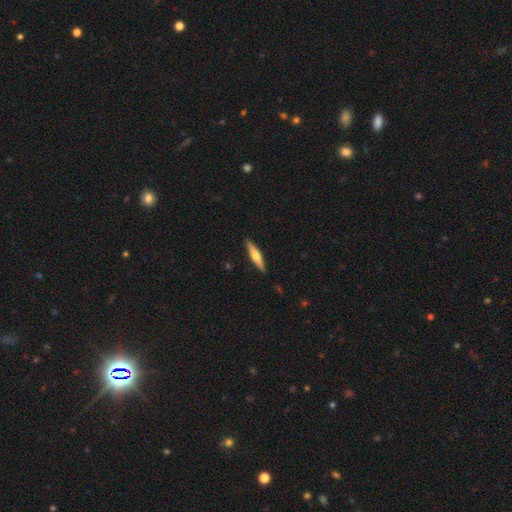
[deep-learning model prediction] featured or disk 48%, smooth 47%, star or artifact 5%. Down the decision tree: merging — none (90%).